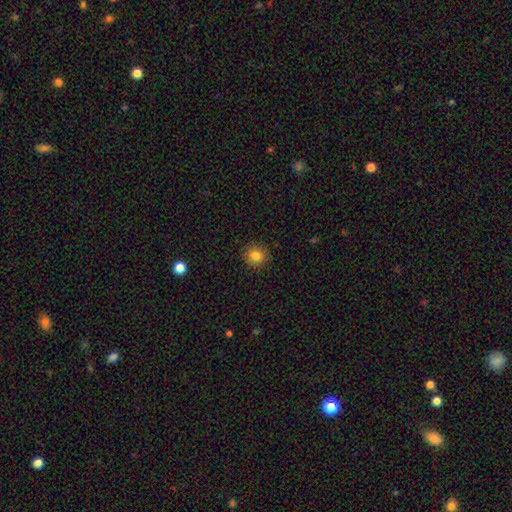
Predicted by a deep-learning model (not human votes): Q: Smooth or featured?
A: smooth (83%); runner-up: star or artifact (11%)
Q: How rounded?
A: round (89%); runner-up: in between (10%)
Q: Merging?
A: none (91%); runner-up: minor disturbance (6%)